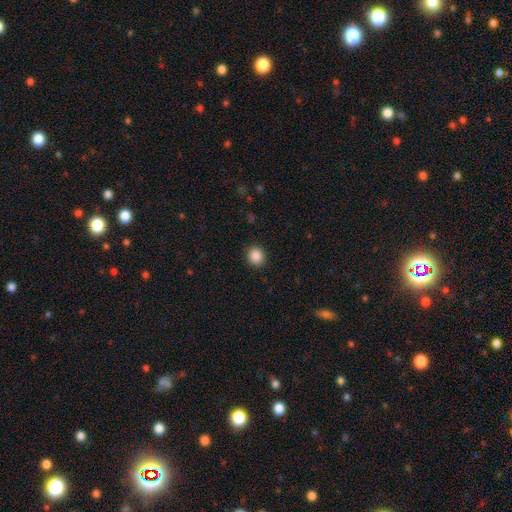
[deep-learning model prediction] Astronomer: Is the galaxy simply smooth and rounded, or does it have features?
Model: smooth — 87%.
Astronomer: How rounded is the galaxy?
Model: round — 81%.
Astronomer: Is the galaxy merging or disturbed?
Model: none — 91%.